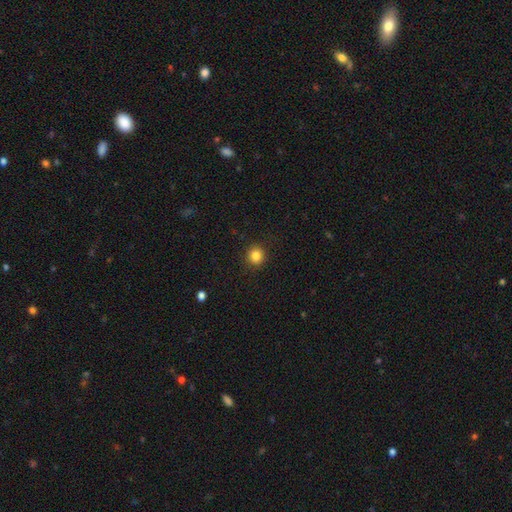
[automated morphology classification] This is clearly a smooth galaxy (84%). How rounded: clearly round (90%). Merging: clearly none (91%).